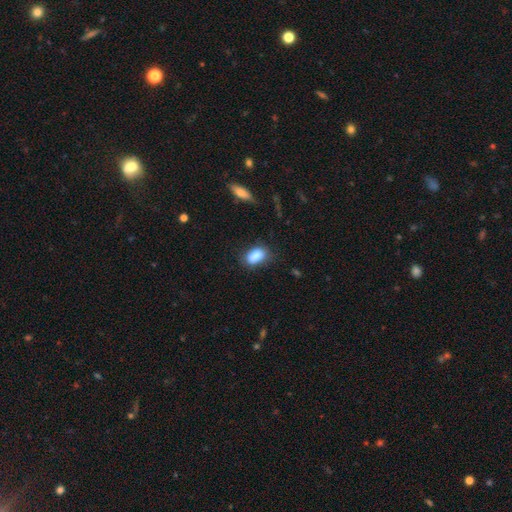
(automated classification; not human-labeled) Morphology: type=smooth (86%); roundness=in between (87%); merging=none (73%).